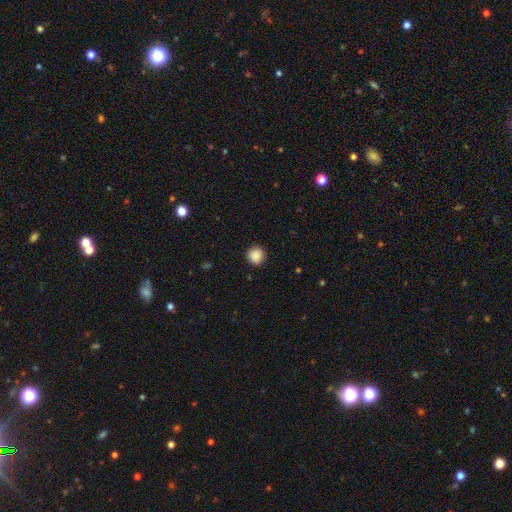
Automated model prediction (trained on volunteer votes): smooth-or-featured: smooth: 88% | star or artifact: 9% | featured or disk: 3%
  how-rounded: round: 94% | in between: 5% | cigar-shaped: 1%
  merging: none: 91% | minor disturbance: 6% | major disturbance: 2% | merger: 1%